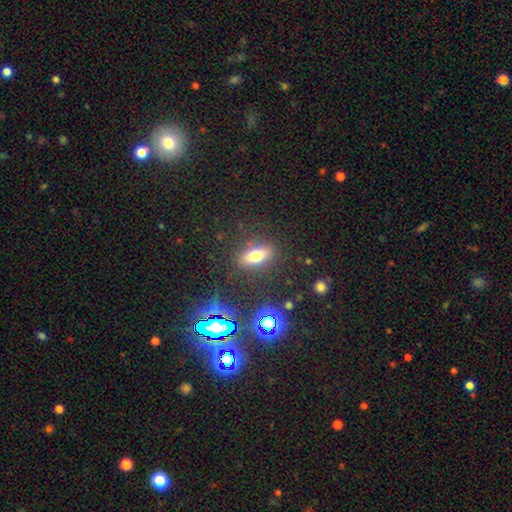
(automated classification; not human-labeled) Smooth or featured? smooth (66%)
How rounded? in between (72%)
Merging? none (84%)